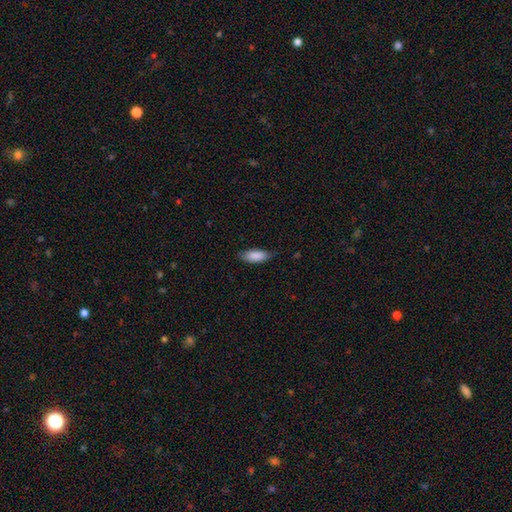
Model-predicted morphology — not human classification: smooth 87%, featured or disk 7%, star or artifact 6%. Down the decision tree: how rounded — in between (80%); merging — none (75%).